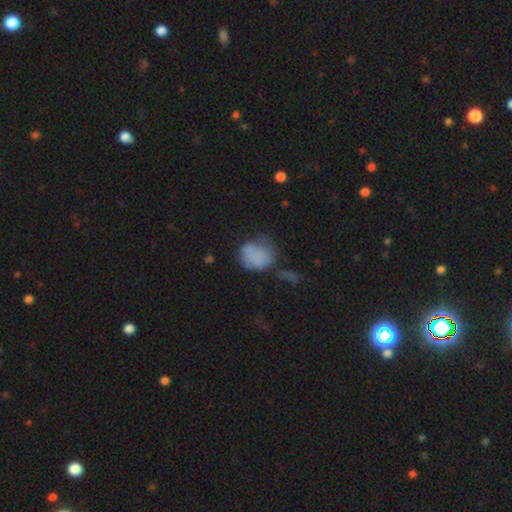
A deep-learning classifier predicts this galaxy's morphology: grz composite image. It shows a smooth galaxy with no disk features (75%) that is round (63%). Merging: none (38%).